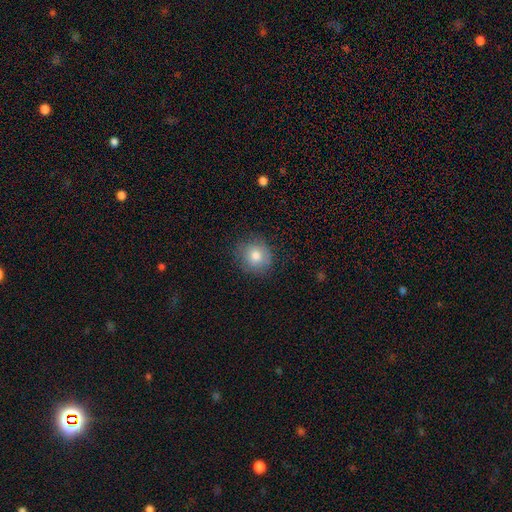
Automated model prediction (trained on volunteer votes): smooth-or-featured: smooth: 79% | featured or disk: 11% | star or artifact: 10%
  how-rounded: round: 86% | in between: 13% | cigar-shaped: 1%
  merging: none: 81% | minor disturbance: 14% | major disturbance: 4% | merger: 1%